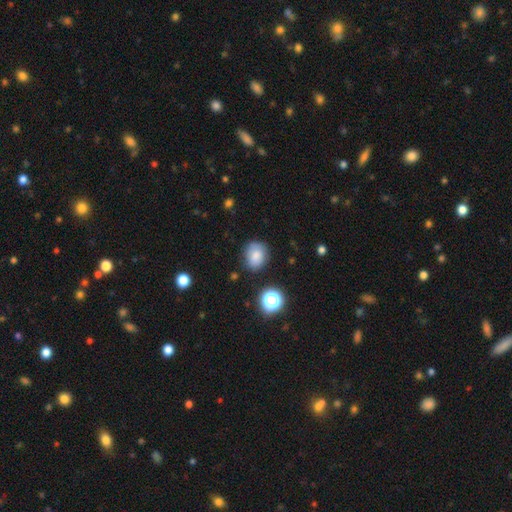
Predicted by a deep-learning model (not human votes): smooth_or_featured: smooth (p=0.76) [alt: featured or disk p=0.12]
how_rounded: round (p=0.60) [alt: in between p=0.39]
merging: none (p=0.72) [alt: minor disturbance p=0.20]